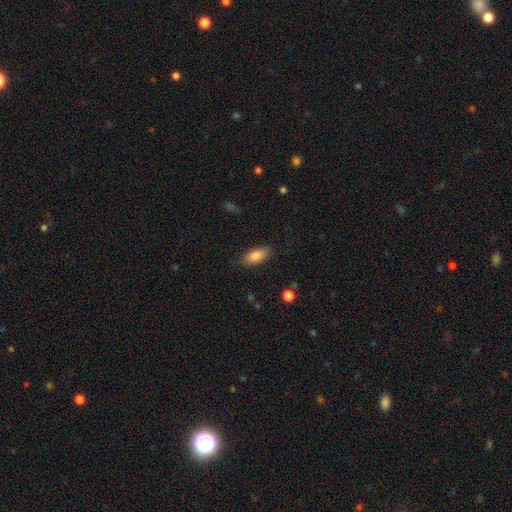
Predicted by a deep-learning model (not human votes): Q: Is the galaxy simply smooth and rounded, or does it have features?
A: smooth — 86%.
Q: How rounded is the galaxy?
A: in between — 86%.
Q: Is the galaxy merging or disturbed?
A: none — 83%.